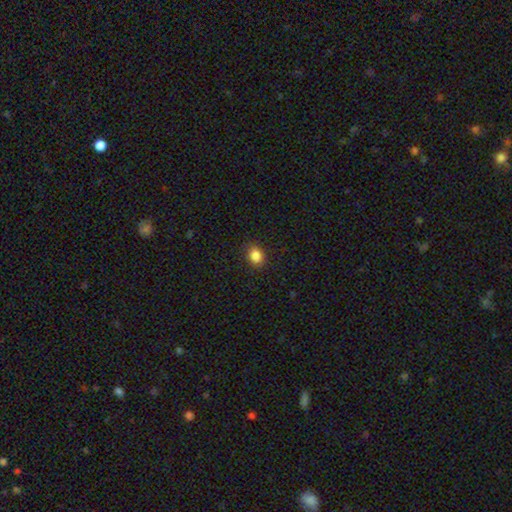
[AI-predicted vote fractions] smooth 86%, star or artifact 10%, featured or disk 4%. Down the decision tree: how rounded — in between (51%); merging — none (87%).